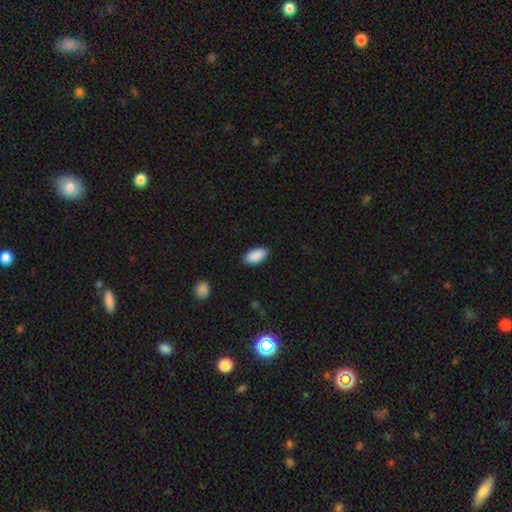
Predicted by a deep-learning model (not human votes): Smooth or featured: smooth — 90% (star or artifact — 6%)
How rounded: in between — 93% (cigar-shaped — 4%)
Merging: none — 86% (minor disturbance — 10%)